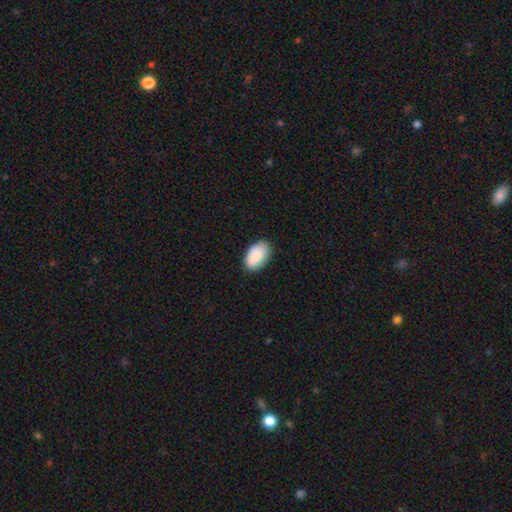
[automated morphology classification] Smooth or featured?
  - smooth: 88% *
  - star or artifact: 6%
  - featured or disk: 6%
How rounded?
  - in between: 93% *
  - round: 6%
  - cigar-shaped: 1%
Merging?
  - none: 83% *
  - minor disturbance: 14%
  - major disturbance: 2%
  - merger: 1%